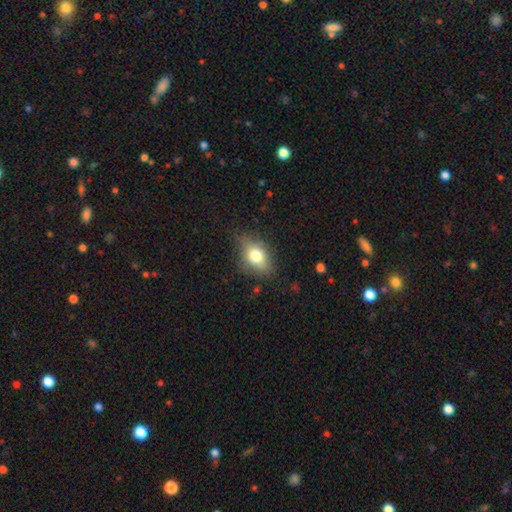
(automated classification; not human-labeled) A smooth galaxy with no disk features (73%) that is in between round and cigar-shaped (76%). Merging: none (72%).